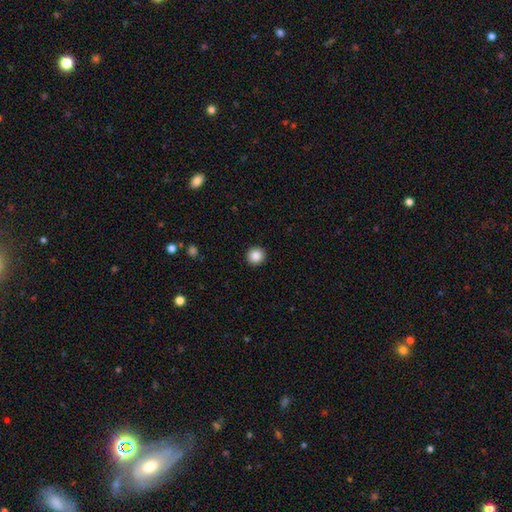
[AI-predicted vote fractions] Morphology: type=smooth (87%); roundness=round (95%); merging=none (93%).